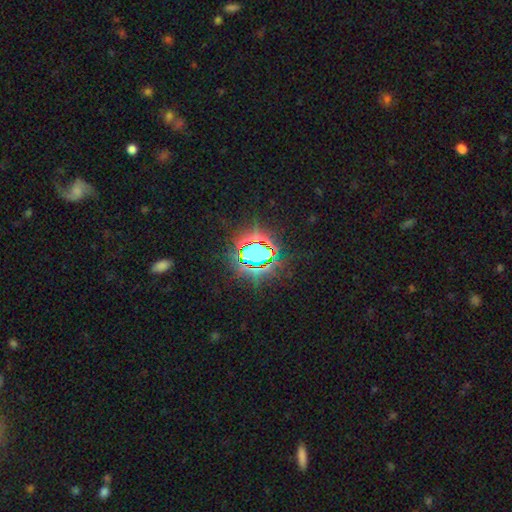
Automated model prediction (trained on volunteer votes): Overall: star or artifact (75%).